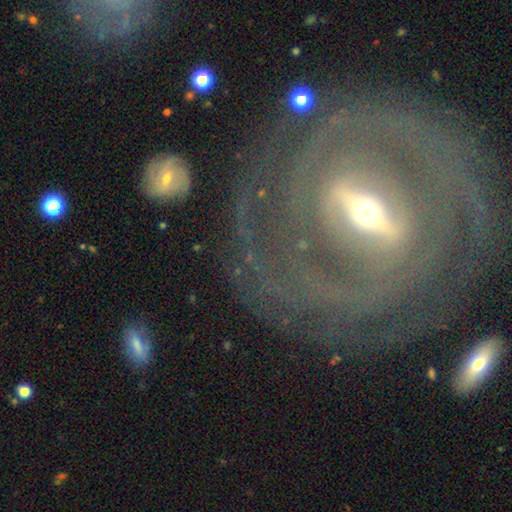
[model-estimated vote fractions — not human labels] Smooth or featured: featured or disk — 86% (smooth — 8%)
Edge-on disk: no — 90% (yes — 10%)
Bar: strong — 64% (weak — 25%)
Spiral arms: yes — 82% (no — 18%)
Spiral winding: tight — 70% (medium — 23%)
Spiral arm count: can't tell — 35% (2 — 28%)
Bulge size: moderate — 47% (small — 44%)
Merging: none — 74% (minor disturbance — 13%)